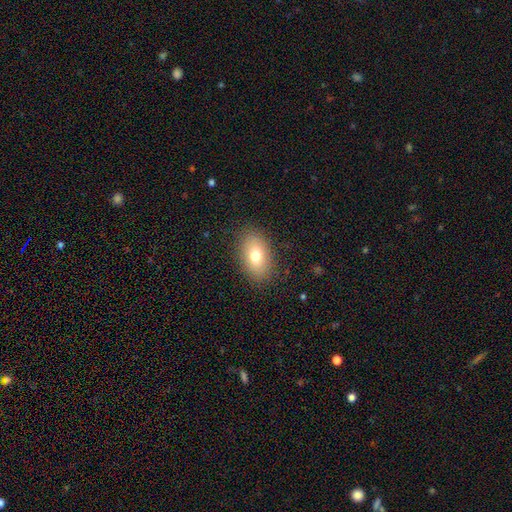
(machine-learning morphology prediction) Overall: smooth (74%). How rounded: in between (87%). Merging: none (86%).